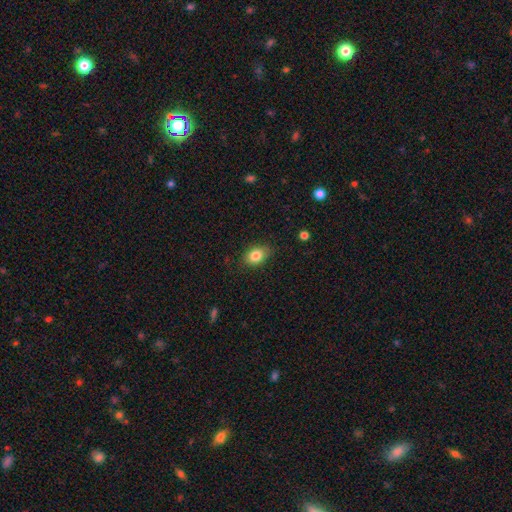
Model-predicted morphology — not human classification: smooth 83%, star or artifact 9%, featured or disk 8%. Down the decision tree: how rounded — in between (71%); merging — none (81%).